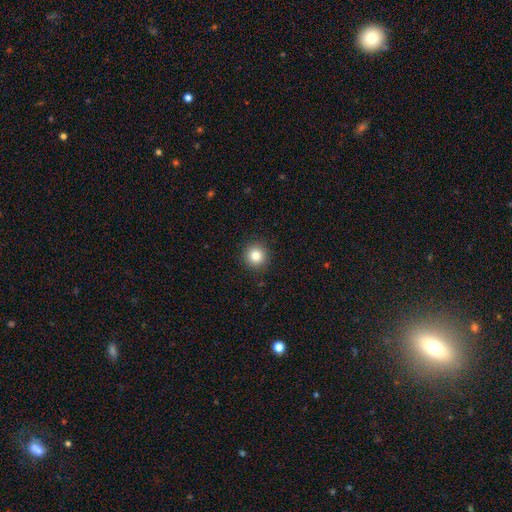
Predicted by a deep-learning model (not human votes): A smooth galaxy with no disk features (83%) that is round (95%). Merging: none (92%).